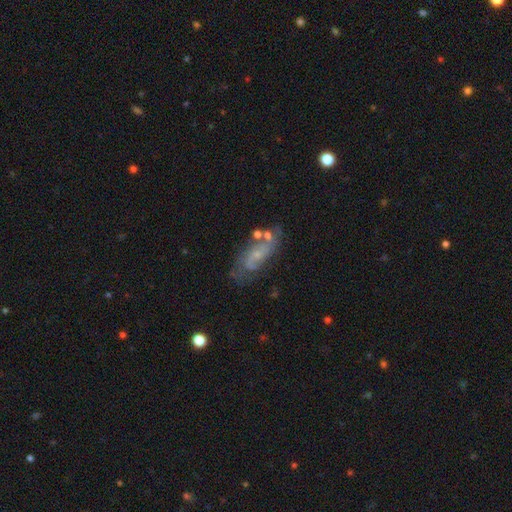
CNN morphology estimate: This appears to be a featured or disk galaxy (69%) with no bar (59%), 2 (69%) medium (44%) spiral arms (85%) and a small central bulge (65%). Merging: none (50%).